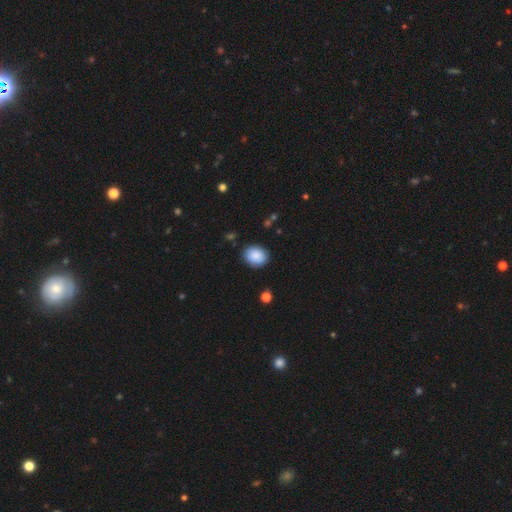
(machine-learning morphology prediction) Smooth or featured: smooth — 88% (star or artifact — 7%)
How rounded: in between — 50% (round — 49%)
Merging: none — 85% (minor disturbance — 11%)